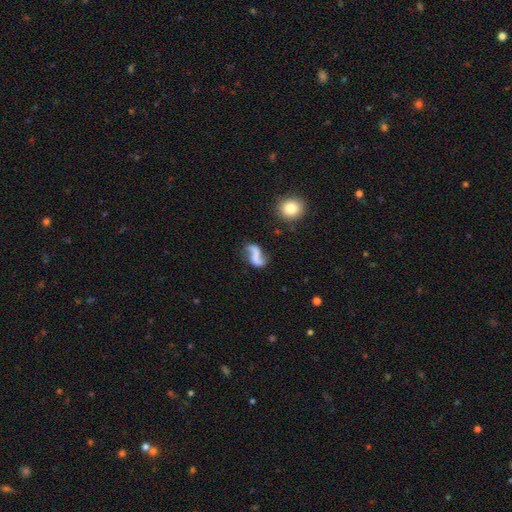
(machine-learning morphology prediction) Q: Smooth or featured?
A: featured or disk (70%); runner-up: smooth (21%)
Q: Edge-on disk?
A: no (97%); runner-up: yes (3%)
Q: Bar?
A: no (48%); runner-up: weak (31%)
Q: Spiral arms?
A: yes (88%); runner-up: no (12%)
Q: Spiral winding?
A: loose (85%); runner-up: medium (12%)
Q: Spiral arm count?
A: 2 (87%); runner-up: 1 (8%)
Q: Bulge size?
A: none (70%); runner-up: small (16%)
Q: Merging?
A: none (57%); runner-up: minor disturbance (20%)